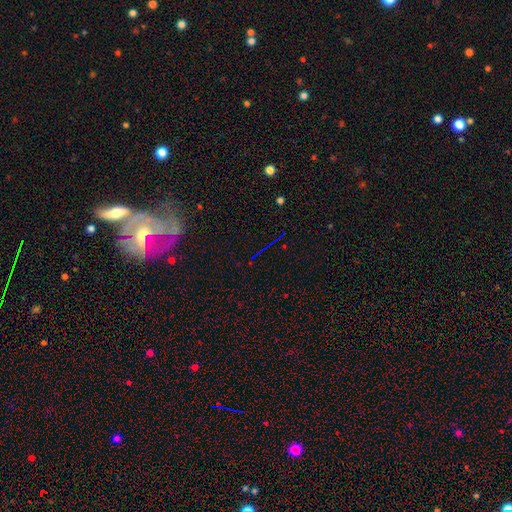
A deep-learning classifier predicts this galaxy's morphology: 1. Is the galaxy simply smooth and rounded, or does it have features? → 76% star or artifact, 12% featured or disk, 11% smooth.